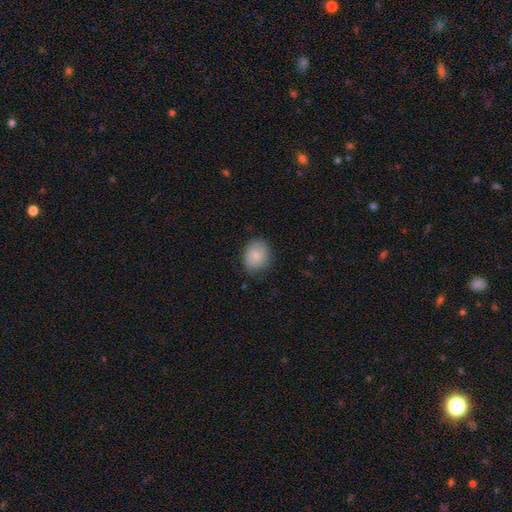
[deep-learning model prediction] A smooth galaxy with no disk features (81%) that is round (59%).

Vote fractions:
- Smooth or featured? smooth: 81% / featured or disk: 12% / star or artifact: 7%
- How rounded? round: 59% / in between: 40% / cigar-shaped: 1%
- Merging? none: 77% / minor disturbance: 18% / major disturbance: 4% / merger: 1%